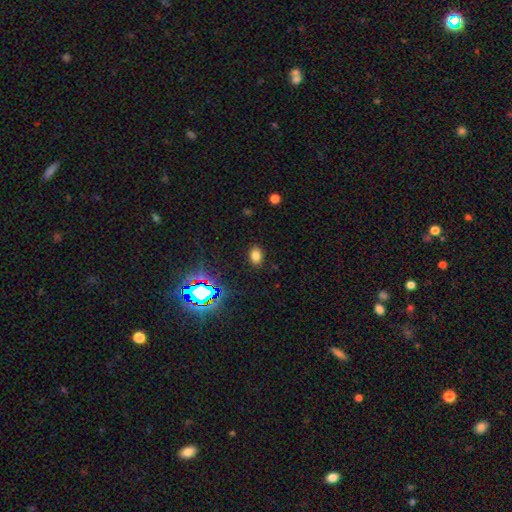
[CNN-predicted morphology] The model was most divided on "smooth or featured": smooth: 73%, star or artifact: 20%, featured or disk: 6%. More confident: merging — none (87%); how rounded — in between (77%).